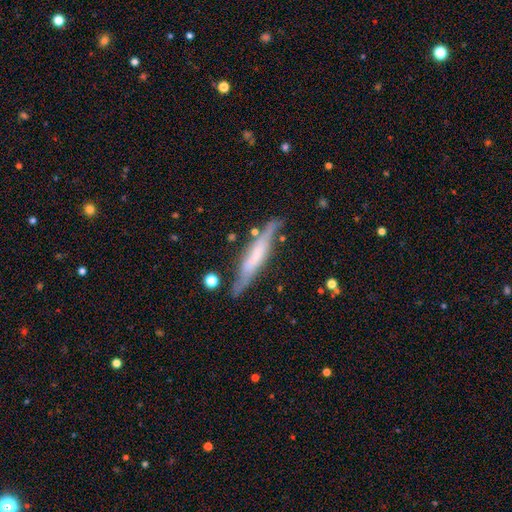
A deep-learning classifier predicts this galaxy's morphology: featured or disk 59%, smooth 34%, star or artifact 6%. Down the decision tree: edge-on disk — yes (83%); merging — none (74%).